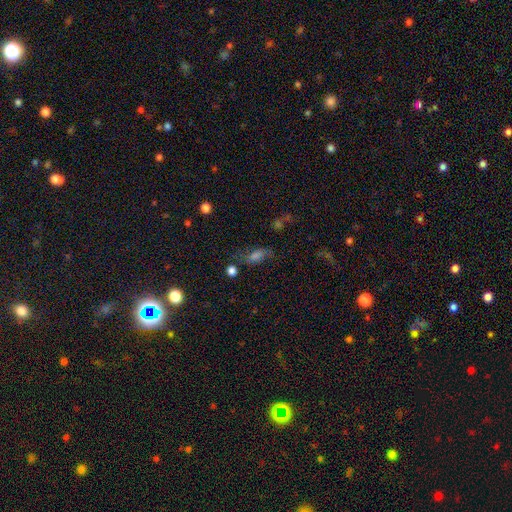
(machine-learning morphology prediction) Smooth or featured? smooth (55%)
How rounded? in between (71%)
Merging? none (58%)